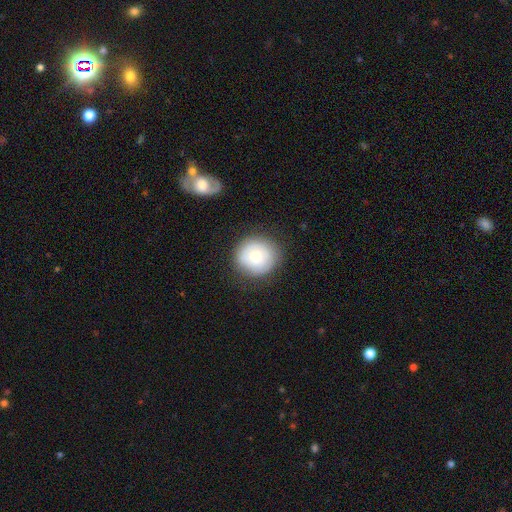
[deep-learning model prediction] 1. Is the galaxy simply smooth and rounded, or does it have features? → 64% smooth, 28% featured or disk, 8% star or artifact.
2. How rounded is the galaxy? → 92% round, 7% in between, 1% cigar-shaped.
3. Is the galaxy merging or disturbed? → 83% none, 11% minor disturbance, 4% major disturbance, 1% merger.